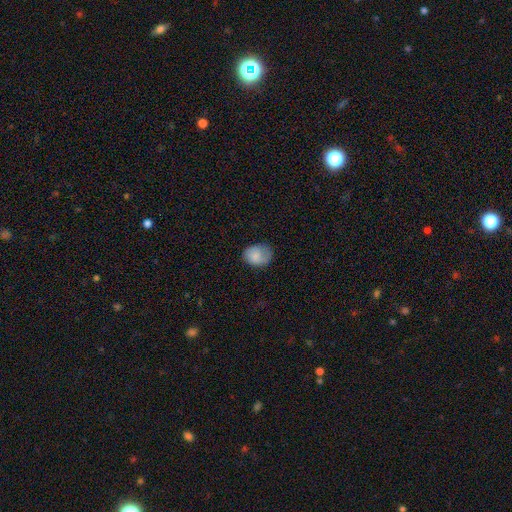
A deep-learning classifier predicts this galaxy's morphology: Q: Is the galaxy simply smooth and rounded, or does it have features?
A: smooth — 82%.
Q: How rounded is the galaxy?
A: in between — 60%.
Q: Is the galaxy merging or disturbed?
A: none — 63%.